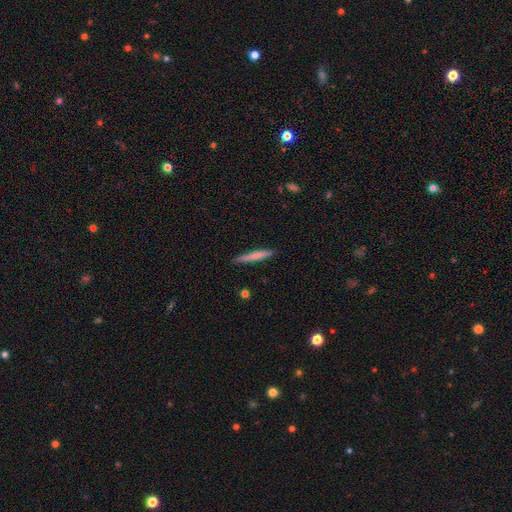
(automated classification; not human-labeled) smooth 65%, featured or disk 30%, star or artifact 6%. Down the decision tree: how rounded — cigar-shaped (95%); merging — none (89%).